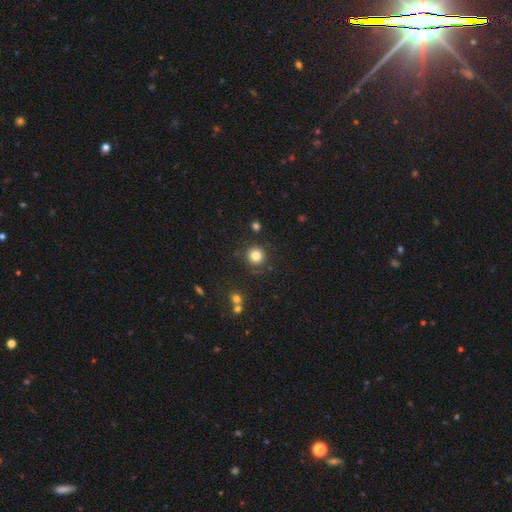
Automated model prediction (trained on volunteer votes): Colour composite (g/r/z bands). It shows a smooth galaxy with no disk features (81%) that is round (93%). Merging: none (86%).